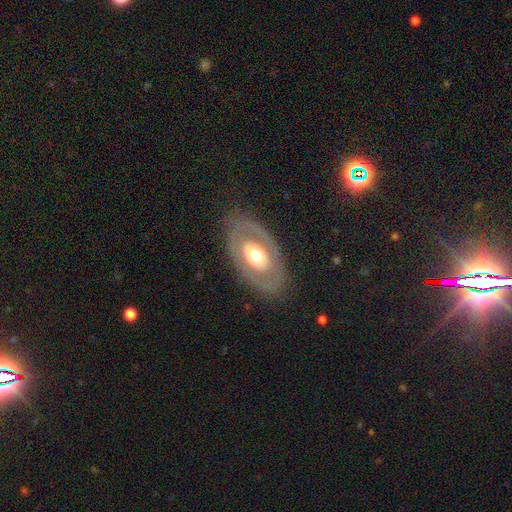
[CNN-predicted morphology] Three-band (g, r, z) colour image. It shows a featured or disk galaxy (58%) with no bar (83%), no spiral arms (88%) and a moderate central bulge (62%). Merging: none (80%).